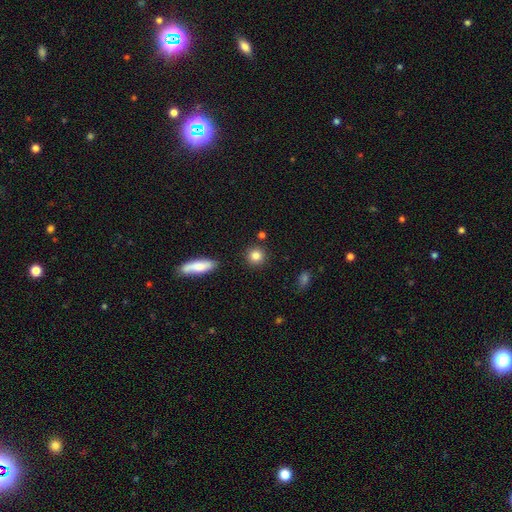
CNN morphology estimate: Smooth or featured? Predicted: smooth (p=0.84). How rounded? Predicted: round (p=0.90). Merging? Predicted: none (p=0.87).